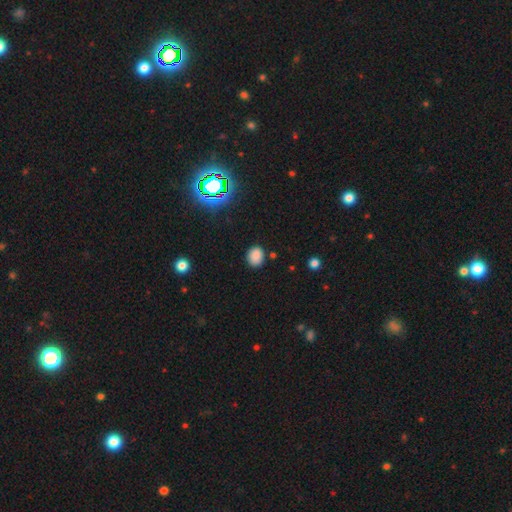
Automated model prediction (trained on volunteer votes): This is clearly a smooth galaxy (83%). How rounded: possibly round (53%). Merging: clearly none (83%).